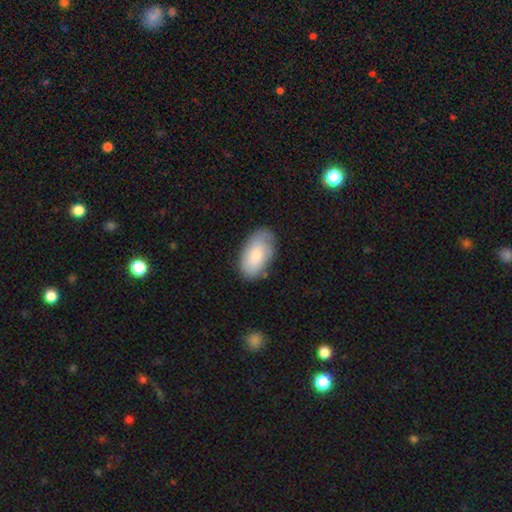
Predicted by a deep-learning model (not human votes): This appears to be a smooth galaxy with no disk features (75%) that is in between round and cigar-shaped (94%). Merging: none (76%).